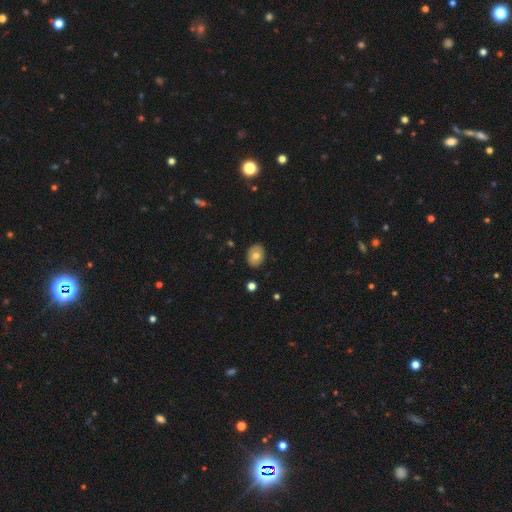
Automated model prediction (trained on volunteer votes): Q: Smooth or featured?
A: smooth (68%); runner-up: featured or disk (23%)
Q: How rounded?
A: in between (67%); runner-up: round (32%)
Q: Merging?
A: none (87%); runner-up: minor disturbance (10%)